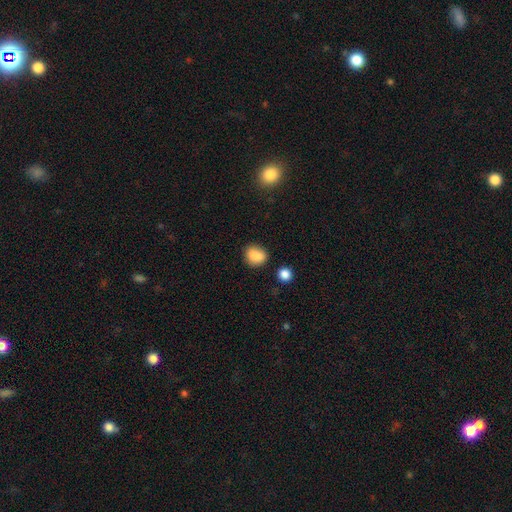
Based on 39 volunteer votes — This appears to be a smooth galaxy with no disk features (87%) that is round (56%). Merging: none (53%).